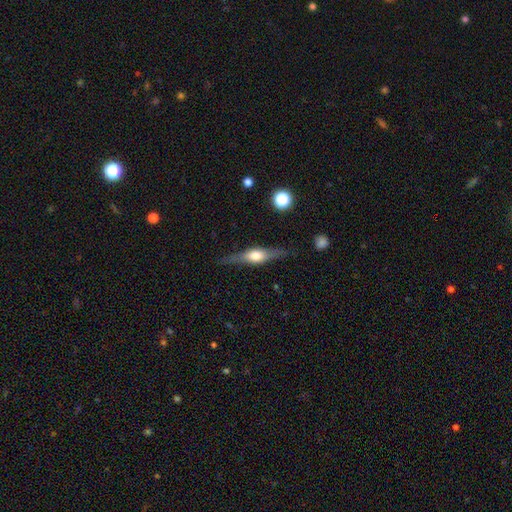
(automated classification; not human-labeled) This is likely a featured or disk galaxy (68%). It is clearly viewed edge-on (95%). Edge-on bulge: clearly rounded (90%). Merging: clearly none (83%).